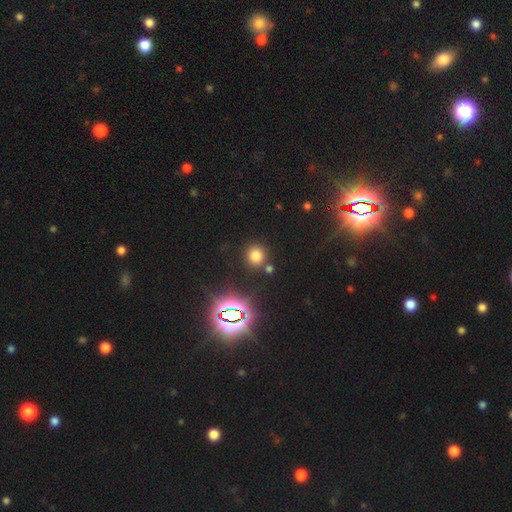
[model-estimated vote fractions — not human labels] This is likely a smooth galaxy (70%). How rounded: clearly round (85%). Merging: clearly none (81%).